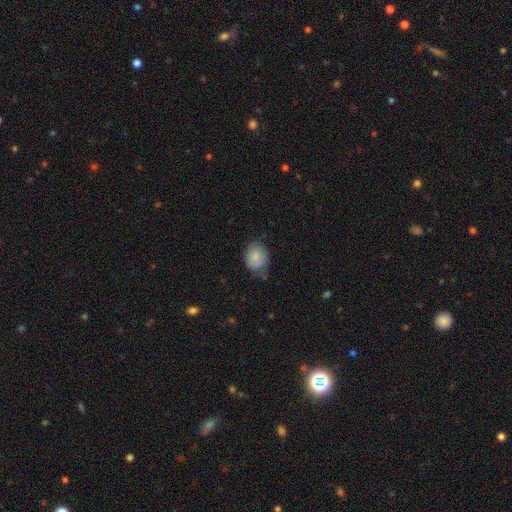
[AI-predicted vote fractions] Smooth or featured: smooth — 82% (featured or disk — 11%)
How rounded: in between — 55% (round — 44%)
Merging: none — 56% (minor disturbance — 33%)